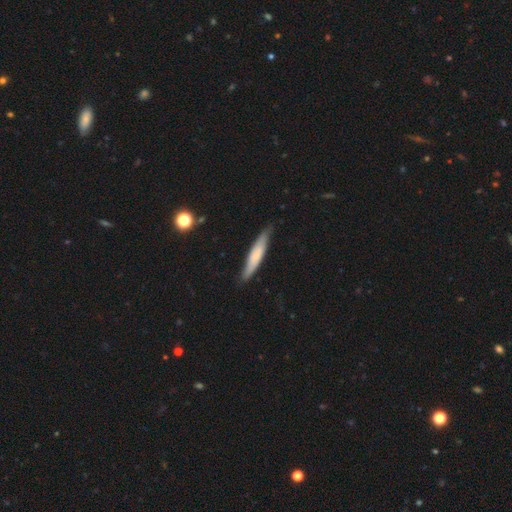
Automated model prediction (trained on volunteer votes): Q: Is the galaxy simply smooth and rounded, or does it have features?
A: smooth — 62%.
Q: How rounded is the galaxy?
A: cigar-shaped — 87%.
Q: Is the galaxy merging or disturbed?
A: none — 80%.